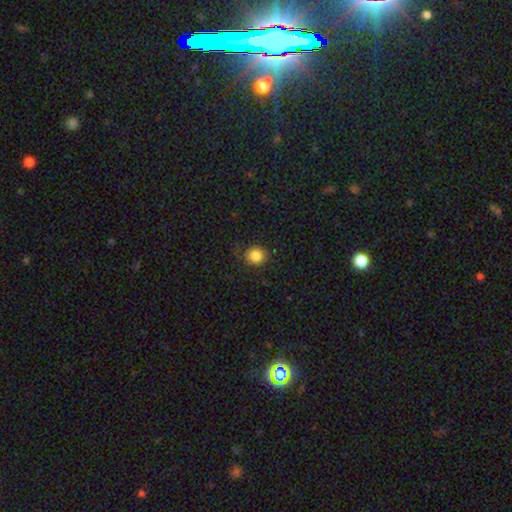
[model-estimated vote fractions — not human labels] smooth-or-featured: smooth: 85% | star or artifact: 11% | featured or disk: 4%
  how-rounded: round: 89% | in between: 10% | cigar-shaped: 1%
  merging: none: 85% | minor disturbance: 10% | major disturbance: 3% | merger: 1%